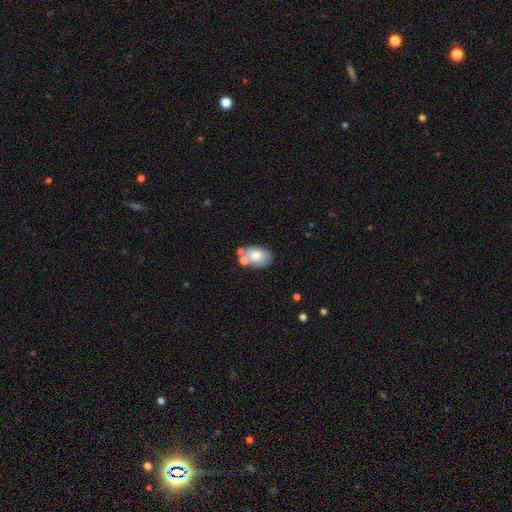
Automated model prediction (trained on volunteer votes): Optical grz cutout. It shows a smooth galaxy with no disk features (75%) that is in between round and cigar-shaped (85%). Merging: none (56%).